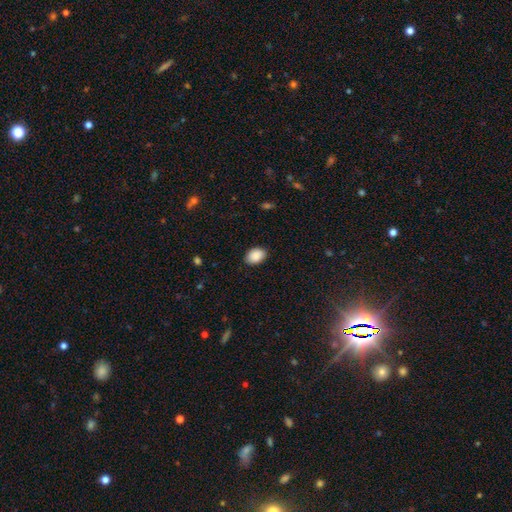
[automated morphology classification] A smooth galaxy with no disk features (90%) that is in between round and cigar-shaped (79%). Merging: none (86%).